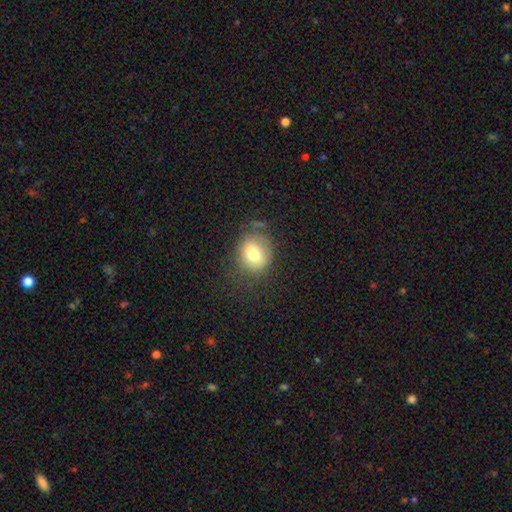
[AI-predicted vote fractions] Morphology: type=smooth (77%); roundness=round (62%); merging=none (66%).